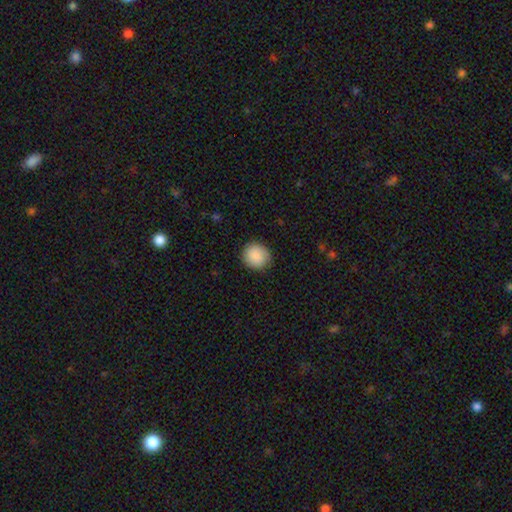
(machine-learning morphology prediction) Overall: smooth (88%). How rounded: round (88%). Merging: none (86%).